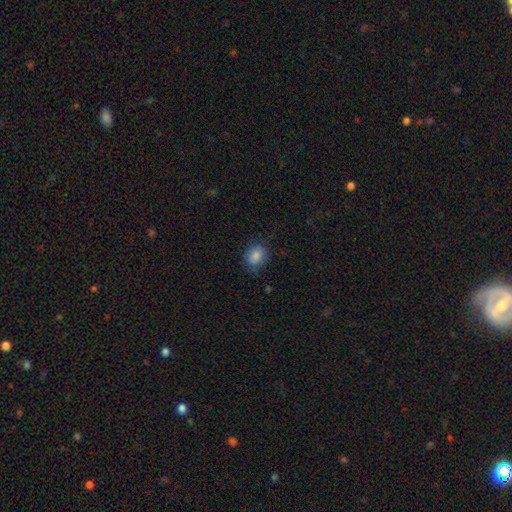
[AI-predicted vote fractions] Overall: smooth (86%). How rounded: in between (53%; round 46%). Merging: none (79%).